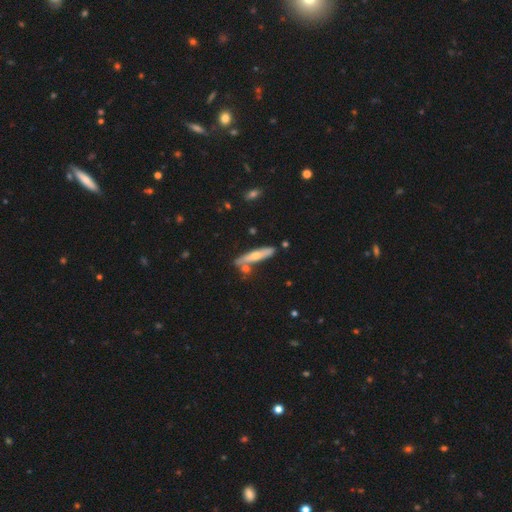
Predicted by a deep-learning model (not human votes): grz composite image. It shows a smooth galaxy with no disk features (52%) that is cigar-shaped (85%). Merging: none (69%).